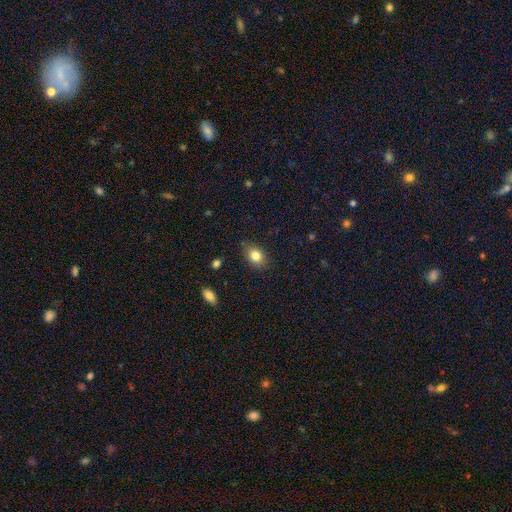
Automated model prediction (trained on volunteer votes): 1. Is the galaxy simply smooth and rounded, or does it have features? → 83% smooth, 9% star or artifact, 8% featured or disk.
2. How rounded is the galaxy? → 64% in between, 35% round, 1% cigar-shaped.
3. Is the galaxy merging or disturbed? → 83% none, 12% minor disturbance, 3% major disturbance, 1% merger.